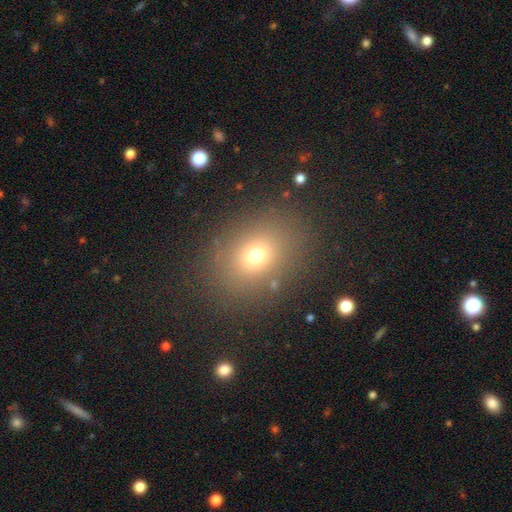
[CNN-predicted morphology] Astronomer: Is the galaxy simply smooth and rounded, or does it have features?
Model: smooth — 69%.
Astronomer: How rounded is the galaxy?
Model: round — 53% (runner-up: in between, 46%).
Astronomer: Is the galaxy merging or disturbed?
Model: none — 84%.